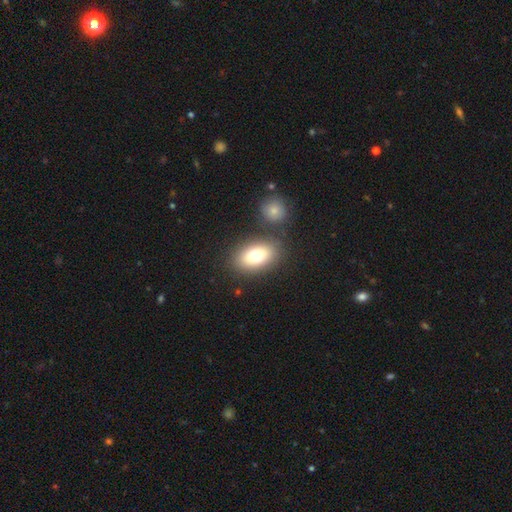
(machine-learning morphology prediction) Smooth or featured? smooth (75%)
How rounded? in between (86%)
Merging? none (77%)